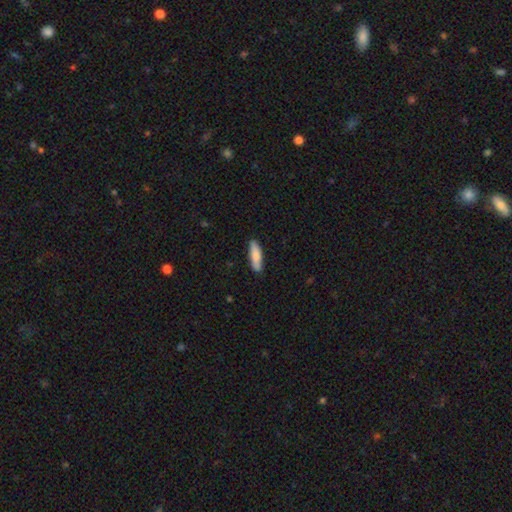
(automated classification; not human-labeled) A smooth galaxy with no disk features (79%) that is cigar-shaped (61%).

Vote fractions:
- Smooth or featured? smooth: 79% / featured or disk: 16% / star or artifact: 6%
- How rounded? cigar-shaped: 61% / in between: 38% / round: 2%
- Merging? none: 86% / minor disturbance: 11% / major disturbance: 2% / merger: 1%